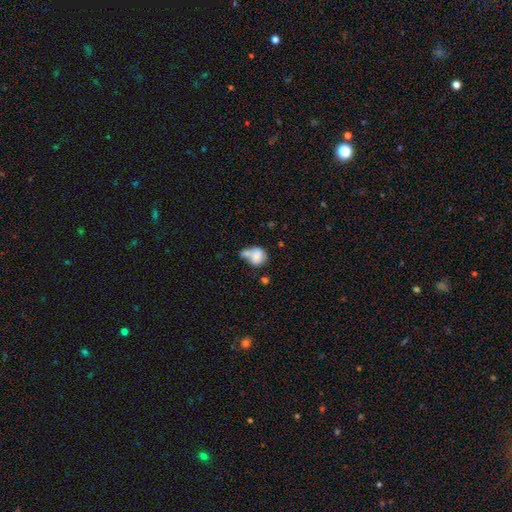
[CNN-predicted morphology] type=smooth (71%); roundness=in between (49%, tied with round); merging=merger (49%).